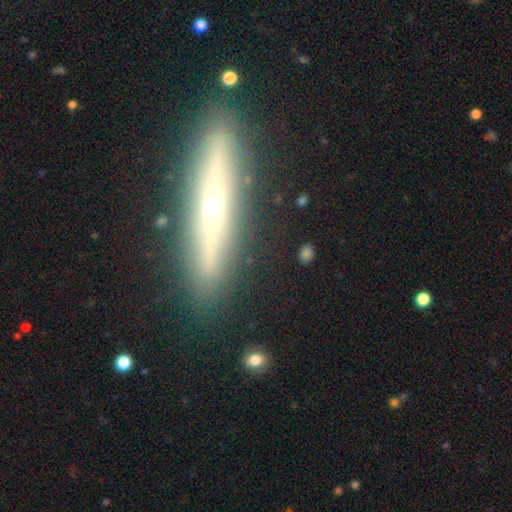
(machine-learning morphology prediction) This appears to be a featured or disk galaxy (63%) viewed edge-on (85%) with a rounded central bulge (76%). Merging: none (88%).